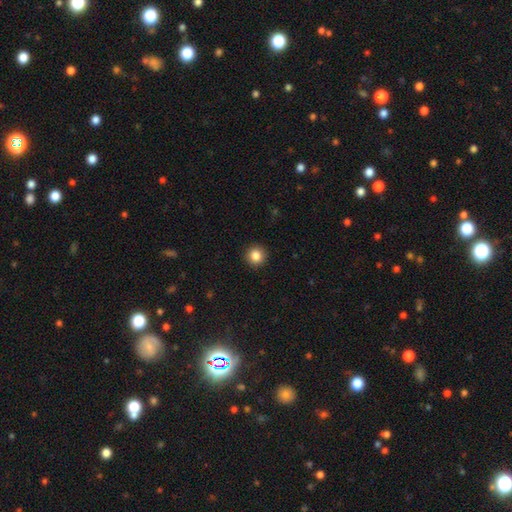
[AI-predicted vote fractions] smooth_or_featured: smooth (p=0.84) [alt: star or artifact p=0.10]
how_rounded: round (p=0.95) [alt: in between p=0.04]
merging: none (p=0.93) [alt: minor disturbance p=0.04]